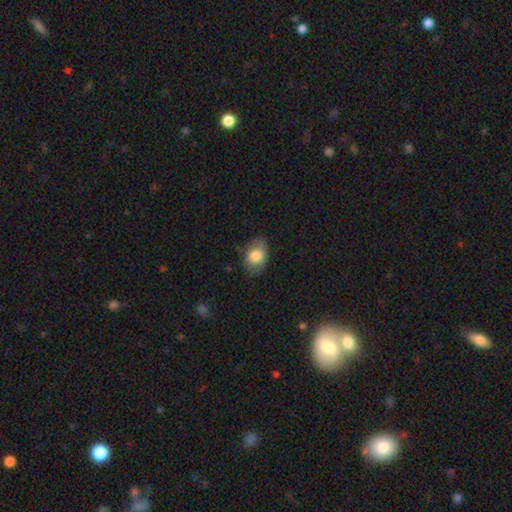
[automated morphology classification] smooth_or_featured: smooth (p=0.79) [alt: featured or disk p=0.14]
how_rounded: in between (p=0.82) [alt: round p=0.17]
merging: none (p=0.76) [alt: minor disturbance p=0.18]